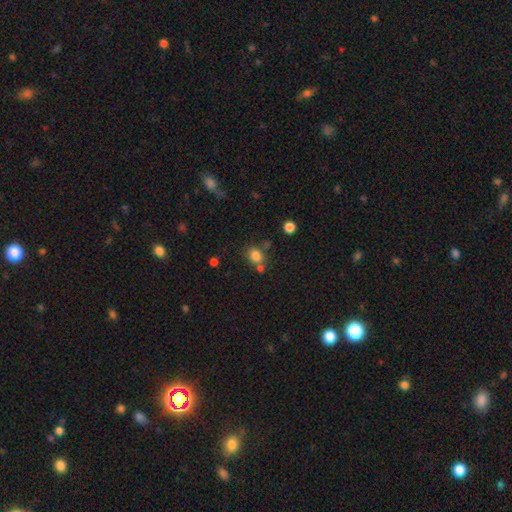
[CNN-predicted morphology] smooth 80%, star or artifact 13%, featured or disk 7%. Down the decision tree: how rounded — round (66%); merging — none (60%).